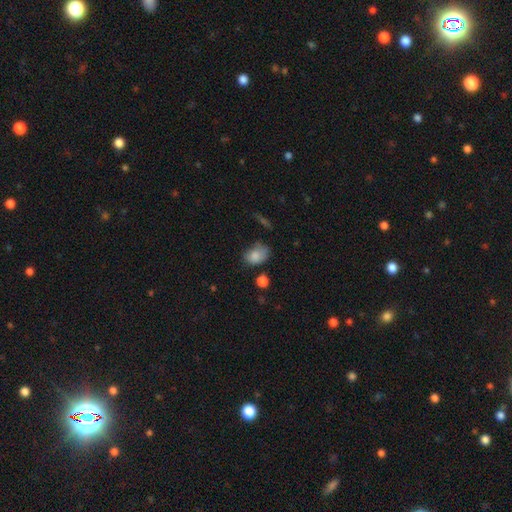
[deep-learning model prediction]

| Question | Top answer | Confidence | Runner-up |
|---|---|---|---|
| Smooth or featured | smooth | 80% | featured or disk (10%) |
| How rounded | in between | 72% | round (27%) |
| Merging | none | 44% | minor disturbance (35%) |